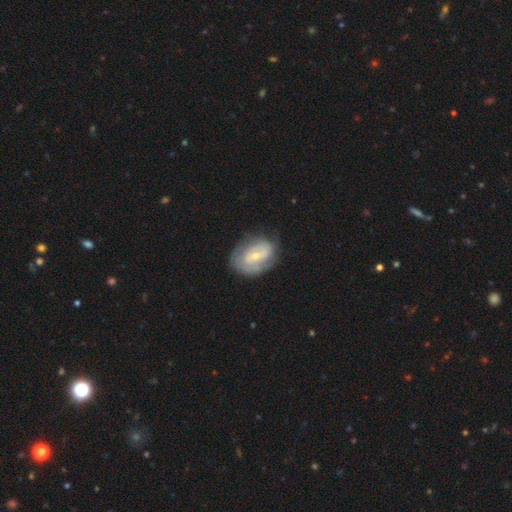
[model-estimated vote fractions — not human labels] A featured or disk galaxy (69%) with no bar (45%), spiral arms (73%) and a small central bulge (60%).

Vote fractions:
- Smooth or featured? featured or disk: 69% / smooth: 25% / star or artifact: 6%
- Edge-on disk? no: 97% / yes: 3%
- Bar? no: 45% / weak: 41% / strong: 14%
- Spiral arms? yes: 73% / no: 27%
- Bulge size? small: 60% / moderate: 35% / none: 2% / large: 2% / dominant: 1%
- Merging? none: 65% / minor disturbance: 23% / major disturbance: 10% / merger: 2%